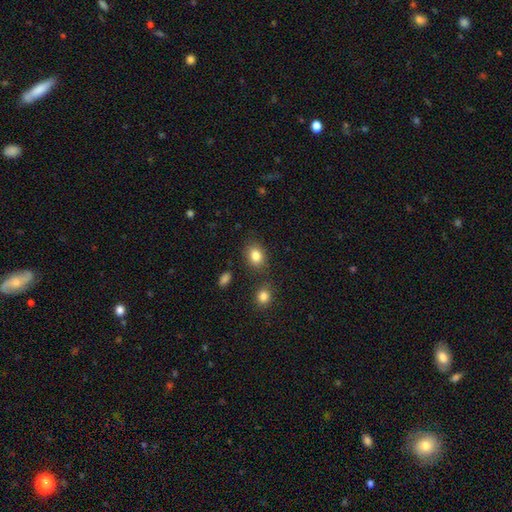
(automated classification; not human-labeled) smooth_or_featured: smooth (p=0.84) [alt: star or artifact p=0.10]
how_rounded: in between (p=0.54) [alt: round p=0.45]
merging: none (p=0.80) [alt: minor disturbance p=0.11]